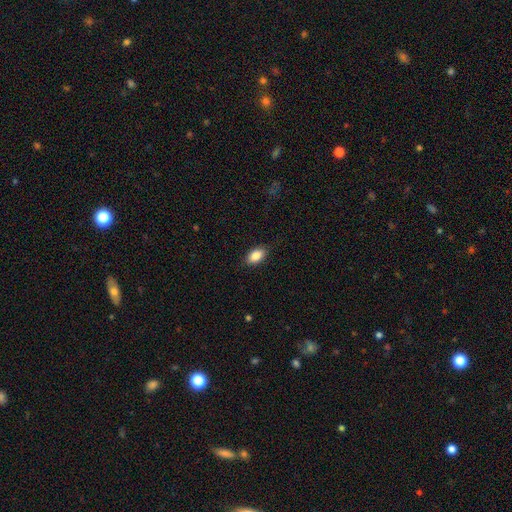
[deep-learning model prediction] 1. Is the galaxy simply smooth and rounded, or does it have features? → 86% smooth, 7% star or artifact, 6% featured or disk.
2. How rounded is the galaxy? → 91% in between, 6% round, 3% cigar-shaped.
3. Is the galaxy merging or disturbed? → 85% none, 11% minor disturbance, 3% major disturbance, 1% merger.